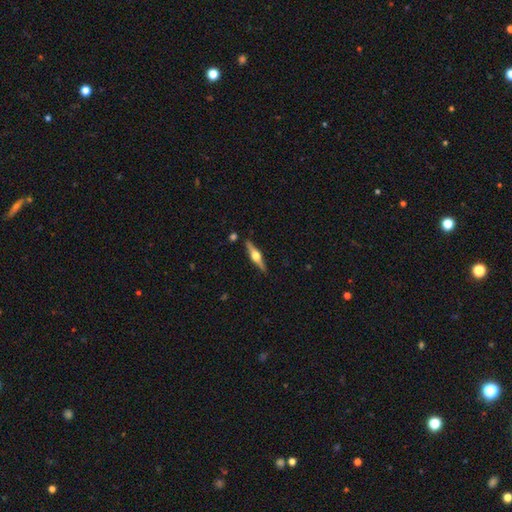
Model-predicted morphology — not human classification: type=featured or disk (77%); edge-on=yes (98%); edge-on bulge=rounded (96%); merging=none (89%).